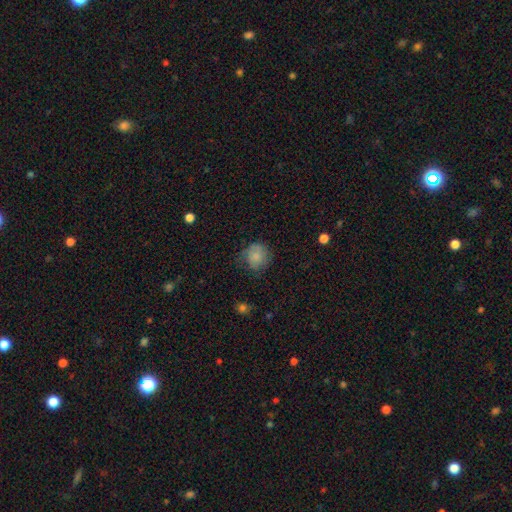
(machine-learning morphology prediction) The model was most divided on "merging": none: 64%, minor disturbance: 26%, major disturbance: 9%, merger: 1%. More confident: how rounded — round (84%); smooth or featured — smooth (77%).